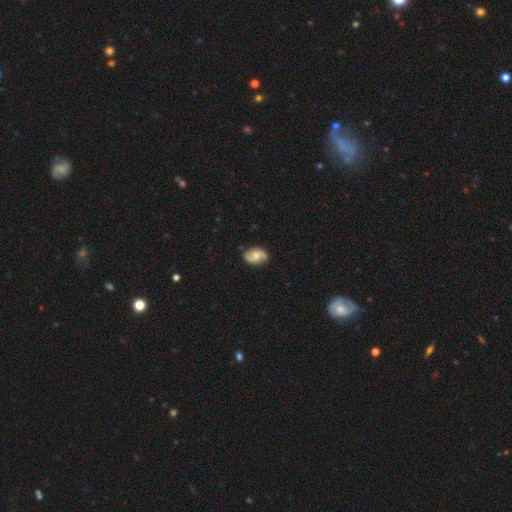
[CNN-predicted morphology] type=featured or disk (47%); merging=none (78%).